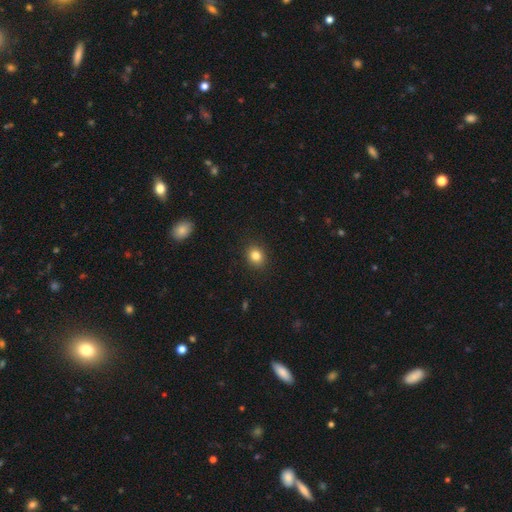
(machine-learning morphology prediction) smooth 83%, star or artifact 11%, featured or disk 6%. Down the decision tree: how rounded — round (68%); merging — none (90%).